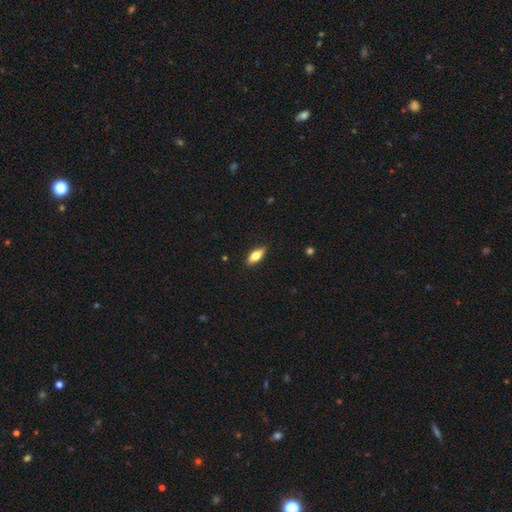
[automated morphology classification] A smooth galaxy with no disk features (68%) that is in between round and cigar-shaped (74%).

Vote fractions:
- Smooth or featured? smooth: 68% / featured or disk: 26% / star or artifact: 7%
- How rounded? in between: 74% / cigar-shaped: 23% / round: 3%
- Merging? none: 88% / minor disturbance: 9% / major disturbance: 2% / merger: 1%